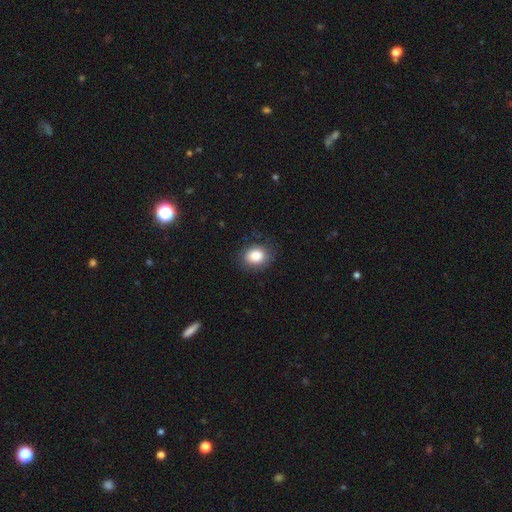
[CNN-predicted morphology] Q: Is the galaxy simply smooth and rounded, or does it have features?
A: smooth — 85%.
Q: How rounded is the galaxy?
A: round — 51%.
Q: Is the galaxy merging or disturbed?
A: none — 80%.